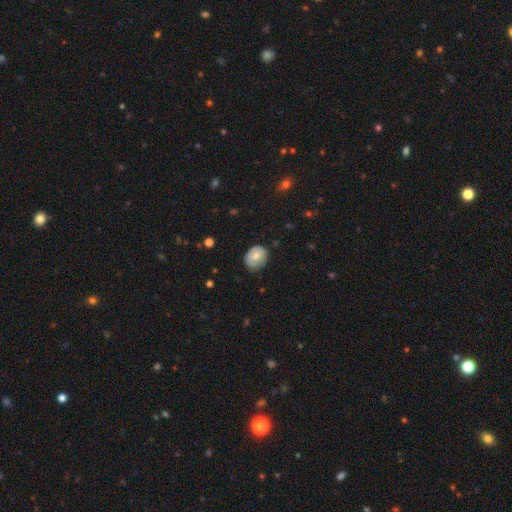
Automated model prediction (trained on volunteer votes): The model was most divided on "how rounded": in between: 50%, round: 49%, cigar-shaped: 1%. More confident: merging — none (68%); smooth or featured — smooth (68%).